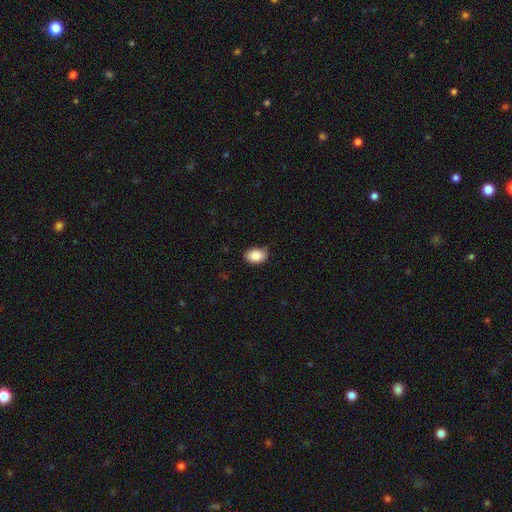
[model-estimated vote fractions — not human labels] smooth 85%, star or artifact 8%, featured or disk 7%. Down the decision tree: how rounded — in between (83%); merging — none (78%).